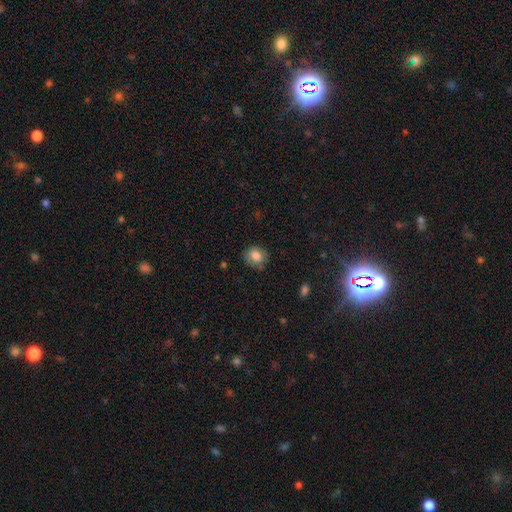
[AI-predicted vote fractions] Overall: smooth (82%). How rounded: round (65%; in between 34%). Merging: none (75%).